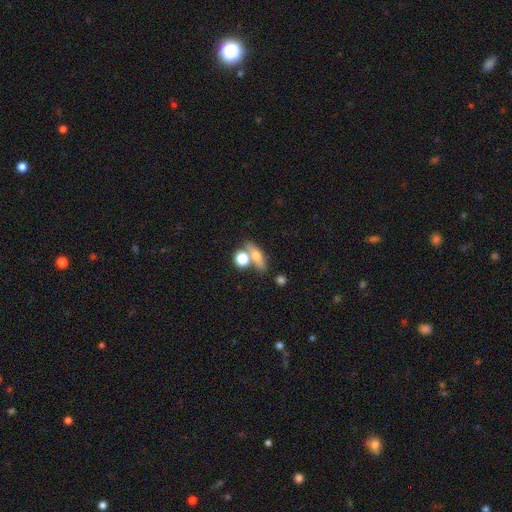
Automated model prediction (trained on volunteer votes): This is possibly a smooth galaxy (58%). How rounded: possibly in between (46%). Merging: possibly none (55%).